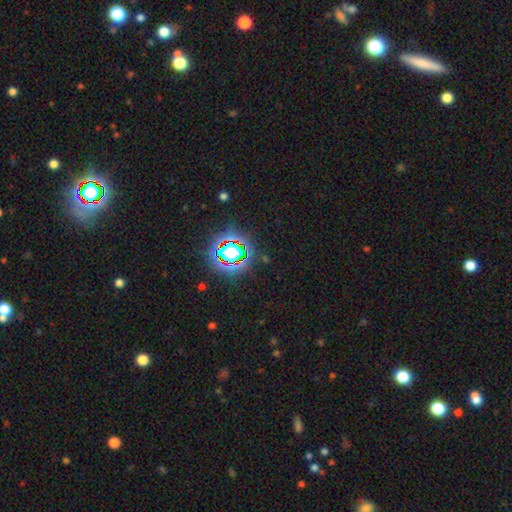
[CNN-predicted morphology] Q: Smooth or featured?
A: star or artifact (79%); runner-up: smooth (13%)